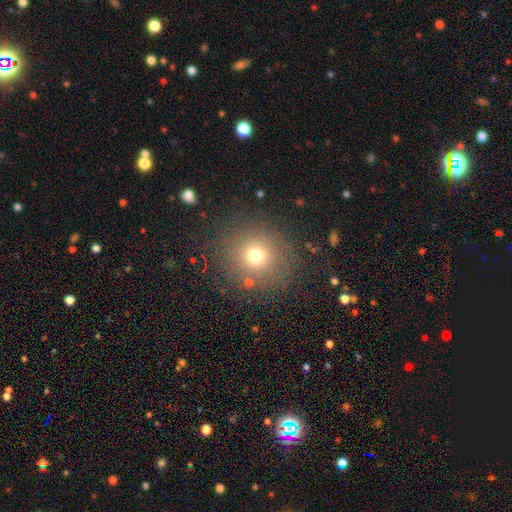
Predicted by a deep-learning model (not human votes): A smooth galaxy with no disk features (71%) that is round (92%). Merging: none (85%).